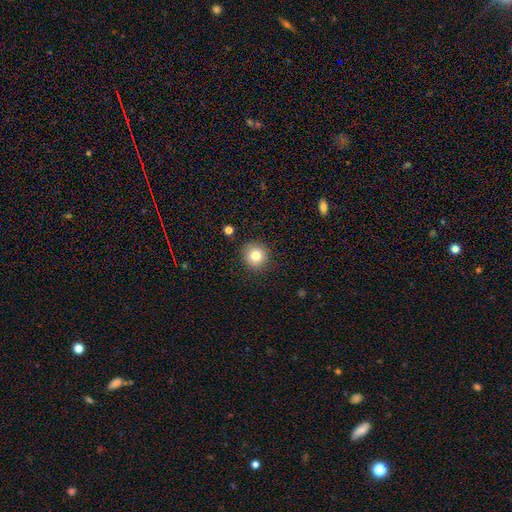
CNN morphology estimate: This is likely a smooth galaxy (80%). How rounded: clearly round (93%). Merging: clearly none (88%).